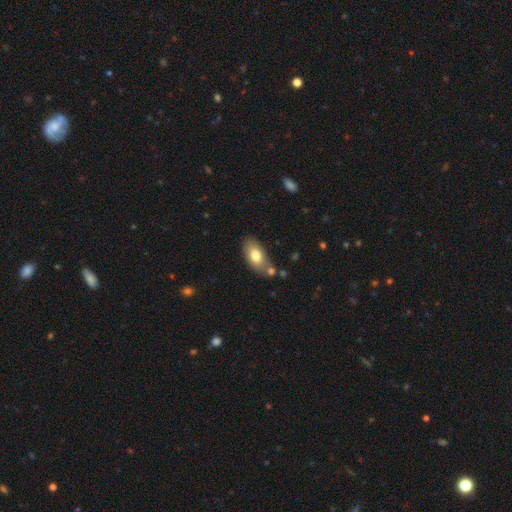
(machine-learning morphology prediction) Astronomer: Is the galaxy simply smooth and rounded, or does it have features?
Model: smooth — 77%.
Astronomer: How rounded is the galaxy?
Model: in between — 91%.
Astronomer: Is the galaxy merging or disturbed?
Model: none — 67%.